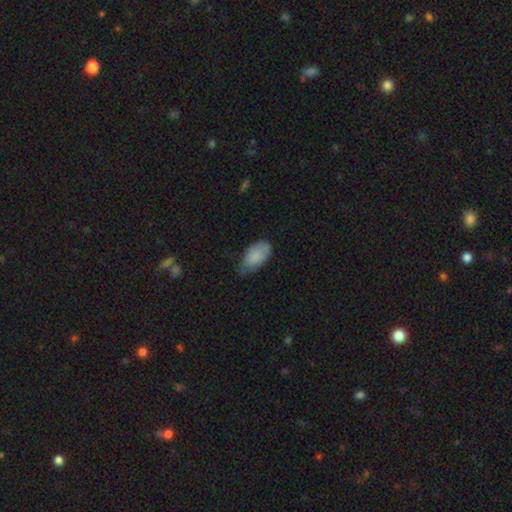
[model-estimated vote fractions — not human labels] This is clearly a smooth galaxy (83%). How rounded: clearly in between (94%). Merging: possibly none (56%).